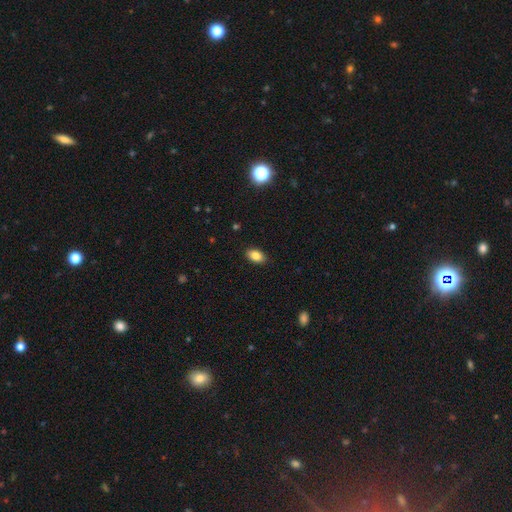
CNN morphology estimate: Overall: smooth (85%). How rounded: in between (91%). Merging: none (89%).